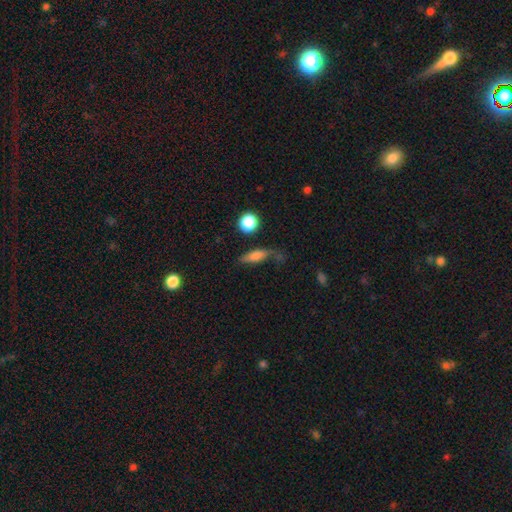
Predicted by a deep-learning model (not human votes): This is likely a smooth galaxy (68%). How rounded: possibly in between (45%, tied with cigar-shaped). Merging: possibly none (54%).